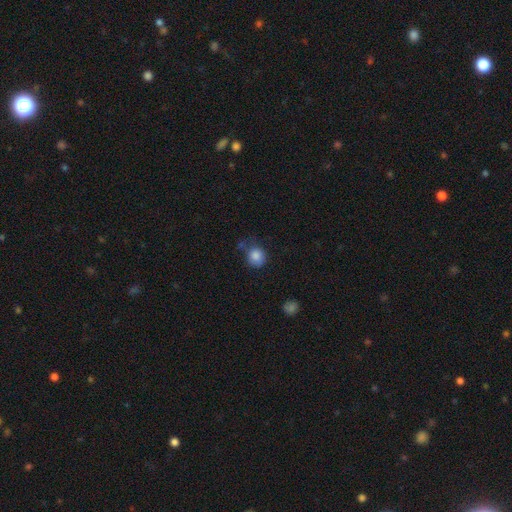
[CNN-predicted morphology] Smooth or featured: smooth — 85% (star or artifact — 10%)
How rounded: round — 80% (in between — 19%)
Merging: none — 61% (minor disturbance — 25%)